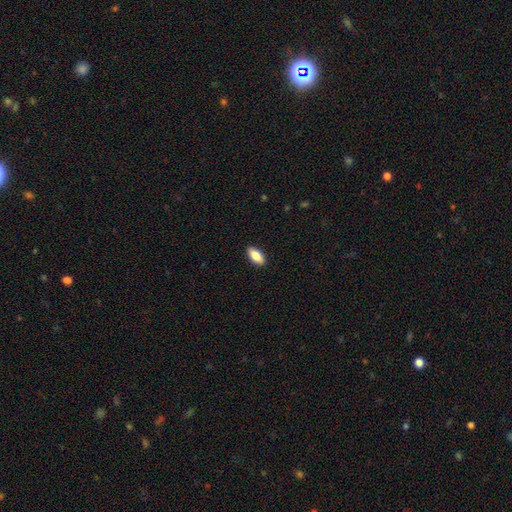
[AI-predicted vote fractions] This appears to be a smooth galaxy with no disk features (85%) that is in between round and cigar-shaped (89%). Merging: none (90%).